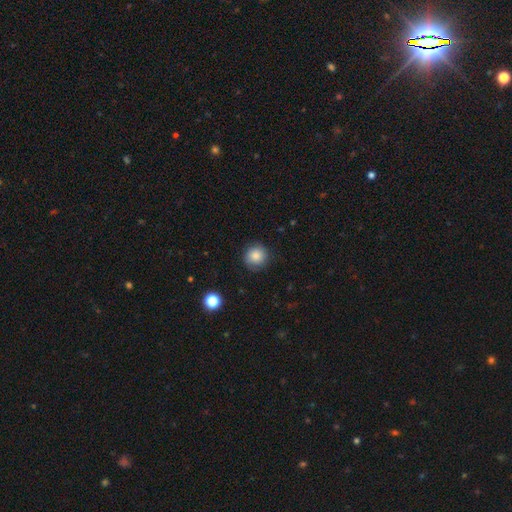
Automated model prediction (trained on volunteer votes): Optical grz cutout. It shows a smooth galaxy with no disk features (84%) that is round (93%). Merging: none (84%).